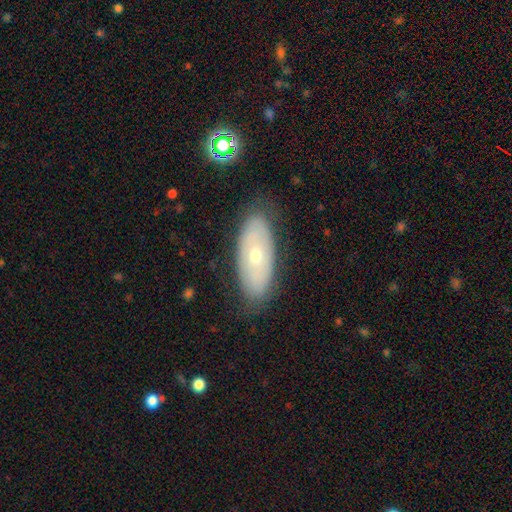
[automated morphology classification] This is possibly a featured or disk galaxy (47%). Merging: clearly none (80%).